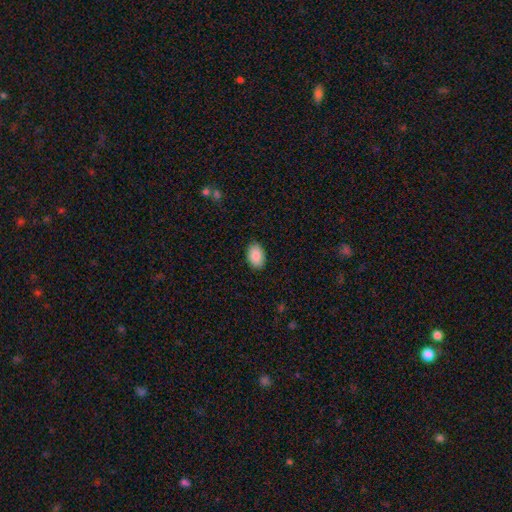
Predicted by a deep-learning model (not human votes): Smooth or featured? Predicted: smooth (p=0.89). How rounded? Predicted: in between (p=0.90). Merging? Predicted: none (p=0.89).